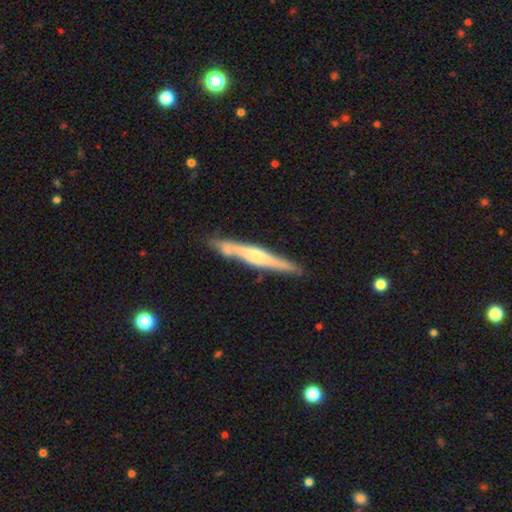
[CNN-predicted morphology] Smooth or featured? Predicted: featured or disk (p=0.65). Edge-on disk? Predicted: yes (p=0.95). Edge-on bulge? Predicted: rounded (p=0.59). Merging? Predicted: none (p=0.80).